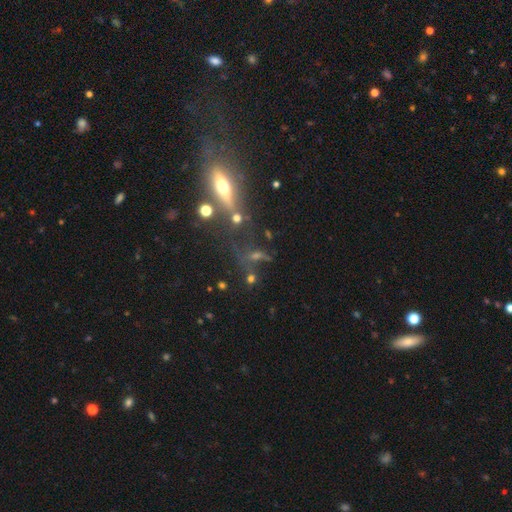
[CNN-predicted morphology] Smooth or featured? Predicted: featured or disk (p=0.39). Merging? Predicted: none (p=0.52).